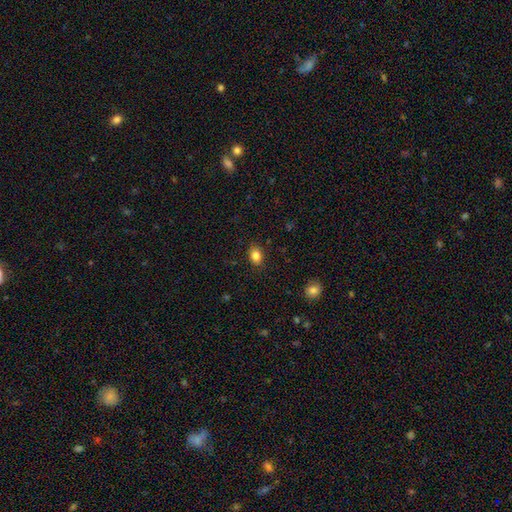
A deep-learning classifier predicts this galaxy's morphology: smooth_or_featured: smooth (p=0.85) [alt: star or artifact p=0.10]
how_rounded: in between (p=0.69) [alt: round p=0.29]
merging: none (p=0.86) [alt: minor disturbance p=0.10]